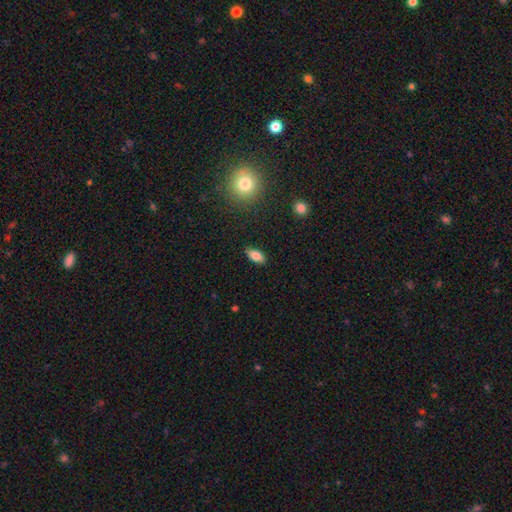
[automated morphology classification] smooth 82%, featured or disk 10%, star or artifact 8%. Down the decision tree: how rounded — in between (87%); merging — none (87%).